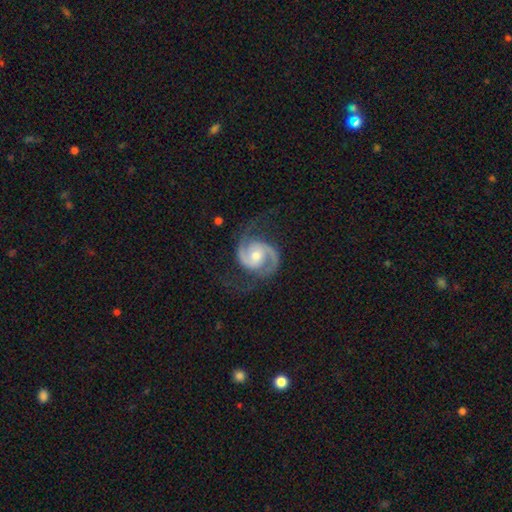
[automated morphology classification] smooth_or_featured: featured or disk (p=0.92) [alt: star or artifact p=0.04]
disk_edge_on: no (p=0.98) [alt: yes p=0.02]
bar: no (p=0.54) [alt: weak p=0.37]
has_spiral_arms: yes (p=0.98) [alt: no p=0.02]
spiral_winding: medium (p=0.57) [alt: tight p=0.26]
spiral_arm_count: 2 (p=0.94) [alt: can't tell p=0.02]
bulge_size: moderate (p=0.64) [alt: small p=0.28]
merging: none (p=0.72) [alt: minor disturbance p=0.17]